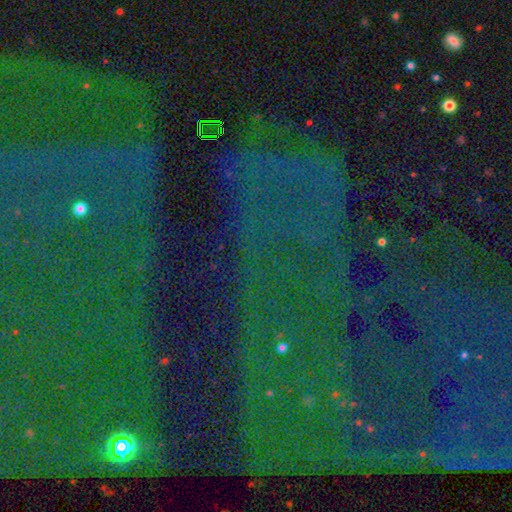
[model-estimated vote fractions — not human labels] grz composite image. It shows a star or artifact, not a galaxy (84%).